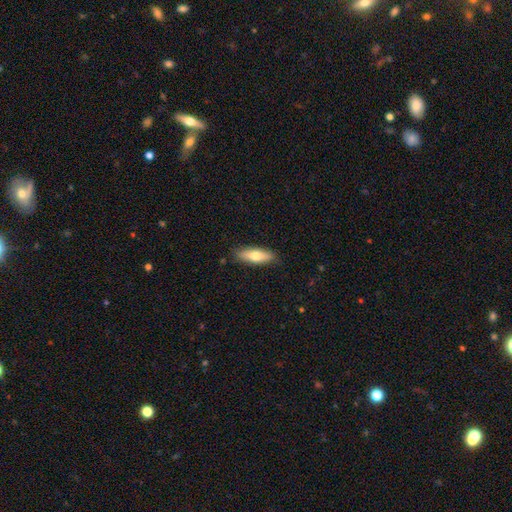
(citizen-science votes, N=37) This appears to be a smooth galaxy with no disk features (70%) that is in between round and cigar-shaped (54%). Merging: none (86%).